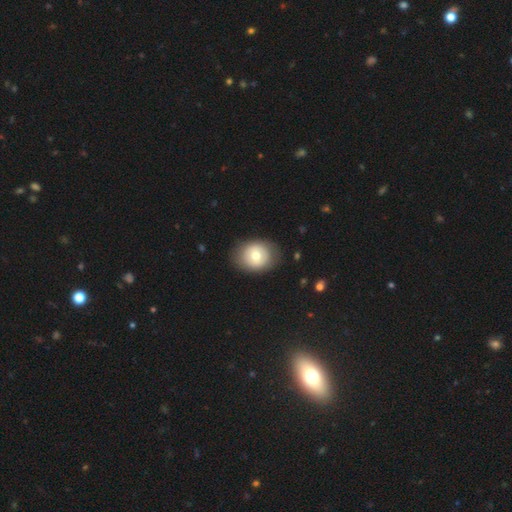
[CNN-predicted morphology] type=smooth (69%); roundness=round (52%); merging=none (82%).